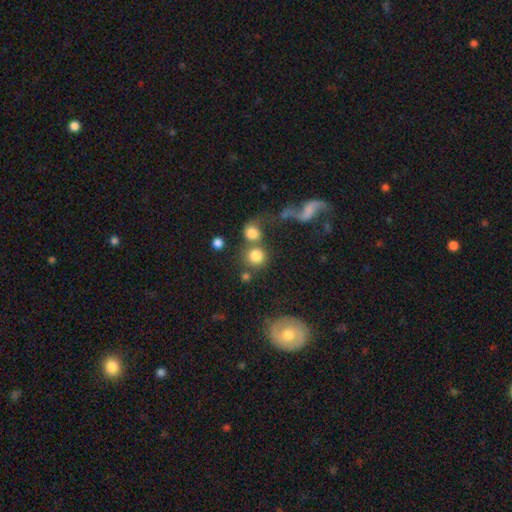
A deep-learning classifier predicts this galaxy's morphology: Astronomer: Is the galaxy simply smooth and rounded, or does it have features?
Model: smooth — 78%.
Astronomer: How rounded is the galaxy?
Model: round — 88%.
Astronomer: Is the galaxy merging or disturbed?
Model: none — 46% (runner-up: merger, 36%).